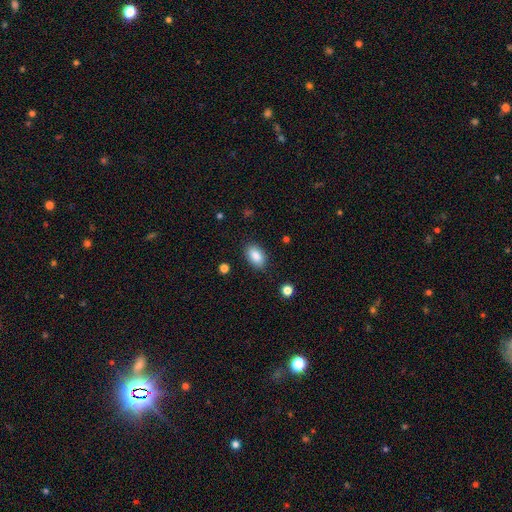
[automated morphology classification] Smooth or featured: smooth — 87% (star or artifact — 8%)
How rounded: in between — 90% (round — 8%)
Merging: none — 85% (minor disturbance — 11%)